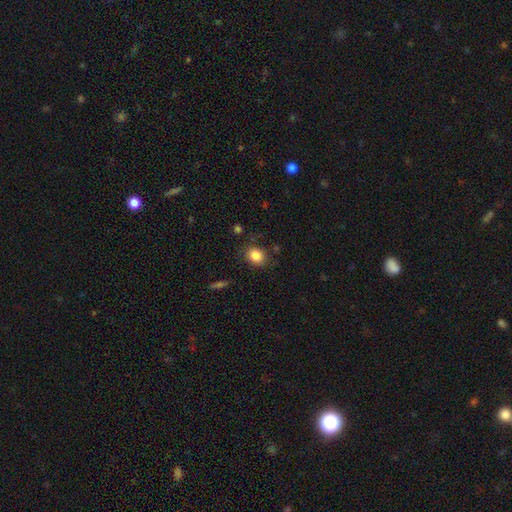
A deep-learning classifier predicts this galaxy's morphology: Smooth or featured? Predicted: smooth (p=0.84). How rounded? Predicted: round (p=0.56). Merging? Predicted: none (p=0.84).